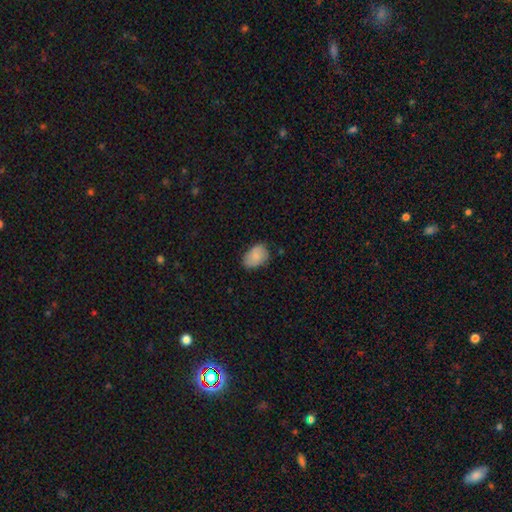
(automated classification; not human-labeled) smooth 81%, featured or disk 12%, star or artifact 7%. Down the decision tree: how rounded — in between (82%); merging — none (68%).